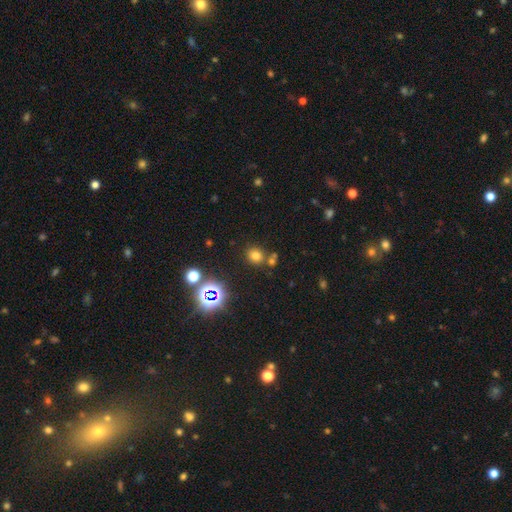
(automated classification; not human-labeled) A smooth galaxy with no disk features (69%) that is round (80%). Merging: none (74%).